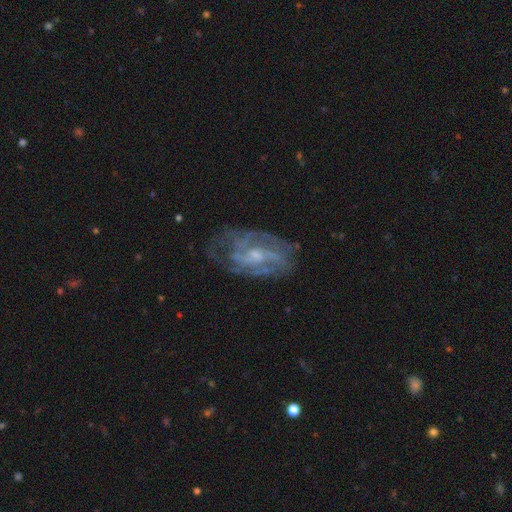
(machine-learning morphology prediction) Smooth or featured: featured or disk — 81% (smooth — 12%)
Edge-on disk: no — 95% (yes — 5%)
Bar: no — 53% (weak — 38%)
Spiral arms: yes — 82% (no — 18%)
Spiral winding: medium — 42% (tight — 40%)
Spiral arm count: can't tell — 40% (2 — 28%)
Bulge size: small — 50% (moderate — 39%)
Merging: none — 61% (minor disturbance — 22%)